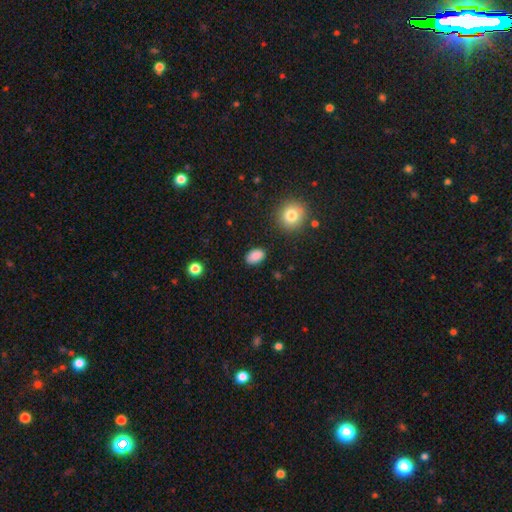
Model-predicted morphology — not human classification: Overall: smooth (87%). How rounded: in between (87%). Merging: none (86%).